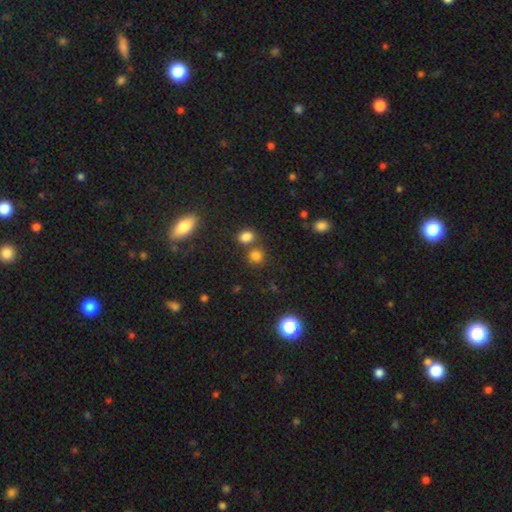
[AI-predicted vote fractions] smooth 77%, star or artifact 18%, featured or disk 6%. Down the decision tree: how rounded — round (76%); merging — none (64%).